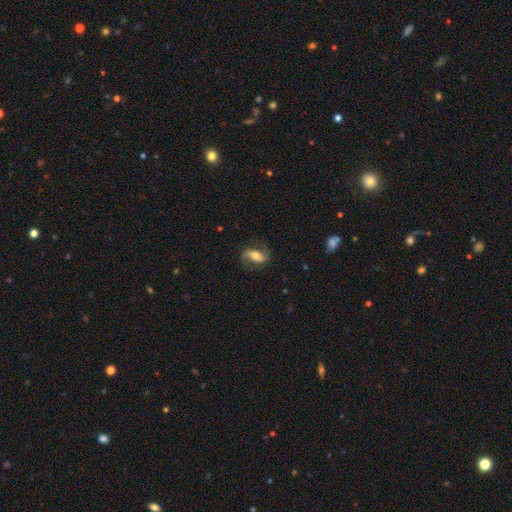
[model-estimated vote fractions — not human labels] featured or disk 63%, smooth 29%, star or artifact 8%. Down the decision tree: edge-on disk — no (91%); bar — strong (39%); spiral arms — yes (88%); spiral arm count — 2 (88%); spiral winding — loose (52%); bulge size — moderate (62%); merging — none (74%).